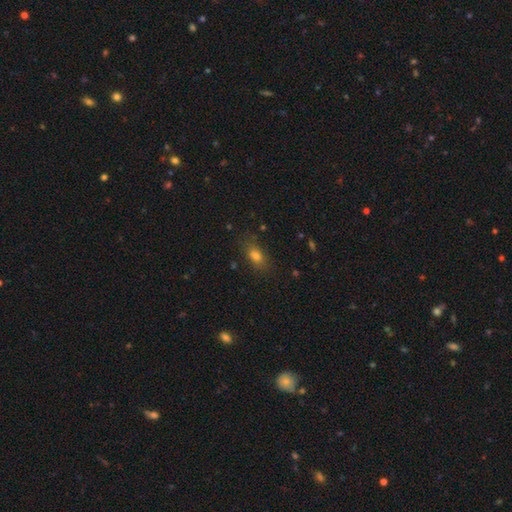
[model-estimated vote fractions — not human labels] smooth-or-featured: smooth: 75% | star or artifact: 15% | featured or disk: 10%
  how-rounded: in between: 76% | round: 14% | cigar-shaped: 10%
  merging: none: 78% | minor disturbance: 15% | major disturbance: 5% | merger: 2%